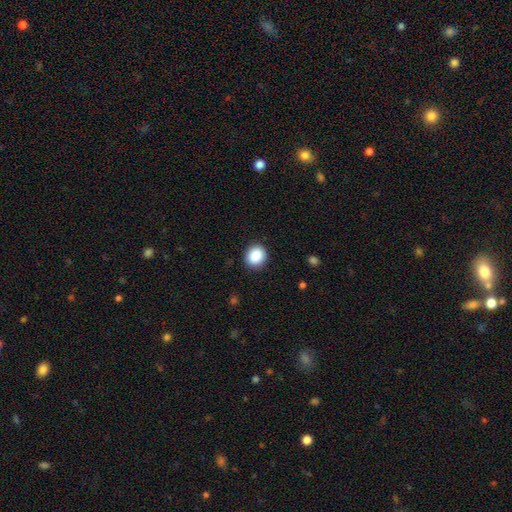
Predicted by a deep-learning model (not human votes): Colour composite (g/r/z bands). It shows a smooth galaxy with no disk features (87%) that is round (80%). Merging: none (90%).